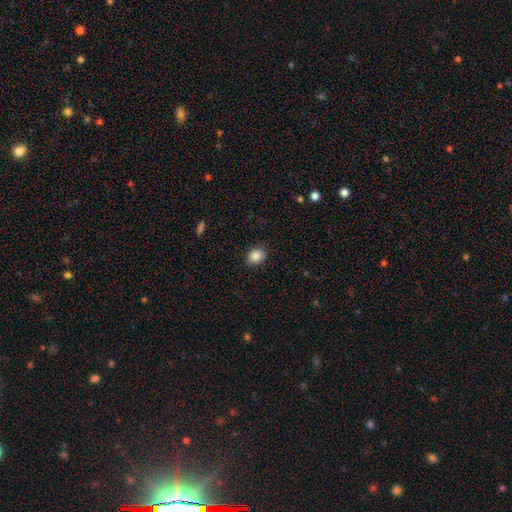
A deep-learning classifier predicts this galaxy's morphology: A smooth galaxy with no disk features (86%) that is in between round and cigar-shaped (51%).

Vote fractions:
- Smooth or featured? smooth: 86% / star or artifact: 9% / featured or disk: 5%
- How rounded? in between: 51% / round: 48% / cigar-shaped: 1%
- Merging? none: 88% / minor disturbance: 9% / major disturbance: 2% / merger: 1%